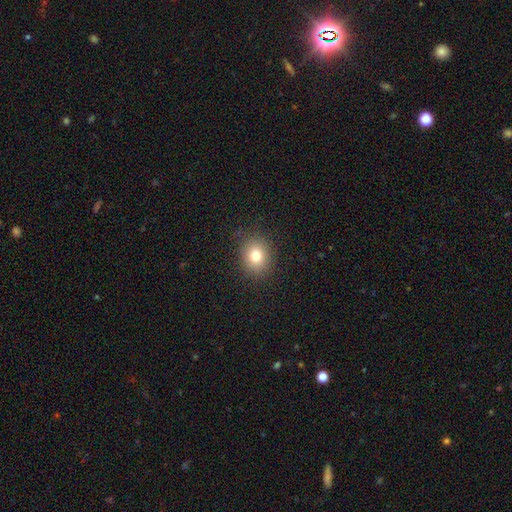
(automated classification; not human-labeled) The model was most divided on "how rounded": round: 67%, in between: 32%, cigar-shaped: 1%. More confident: merging — none (88%); smooth or featured — smooth (78%).